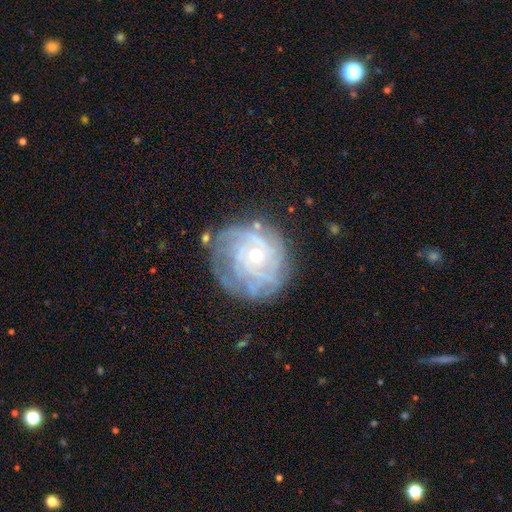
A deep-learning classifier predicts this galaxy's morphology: Overall: featured or disk (82%). Edge-on disk: no (97%). Bar: no (77%). Spiral arms: yes (91%). Spiral arm count: can't tell (40%; 3 18%). Spiral winding: tight (68%). Bulge size: small (59%; moderate 38%). Merging: none (68%).